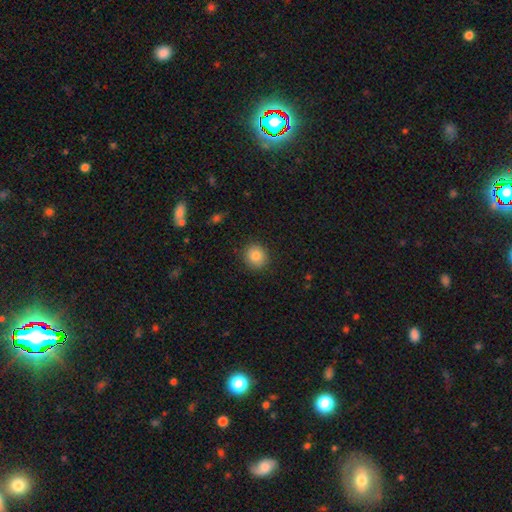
Smooth or featured? 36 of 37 (97%) said smooth. How rounded? 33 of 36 (92%) said round. Merging? 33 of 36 (92%) said none.